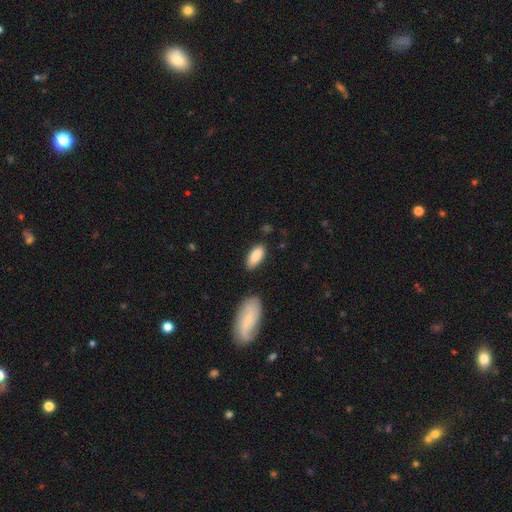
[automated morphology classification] The model was most divided on "merging": none: 81%, minor disturbance: 13%, merger: 3%, major disturbance: 3%. More confident: smooth or featured — smooth (88%); how rounded — in between (87%).